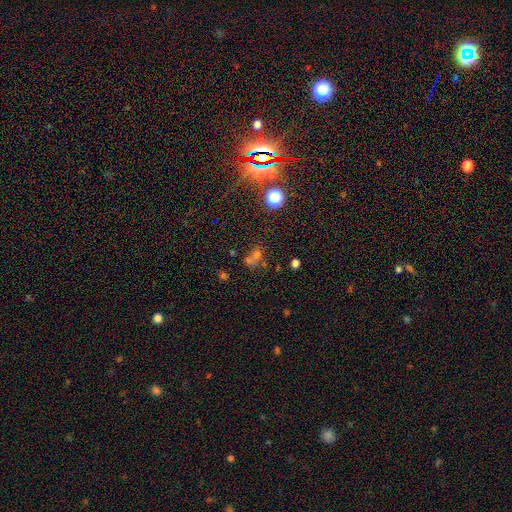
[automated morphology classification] The model was most divided on "smooth or featured": star or artifact: 52%, smooth: 34%, featured or disk: 14%.